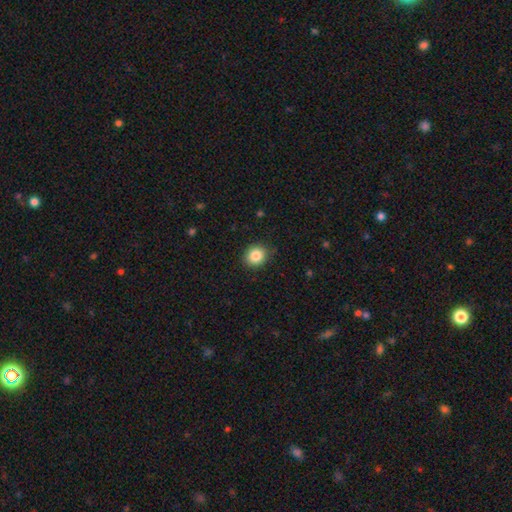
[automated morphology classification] Q: Smooth or featured?
A: smooth (85%); runner-up: star or artifact (9%)
Q: How rounded?
A: round (72%); runner-up: in between (27%)
Q: Merging?
A: none (87%); runner-up: minor disturbance (10%)